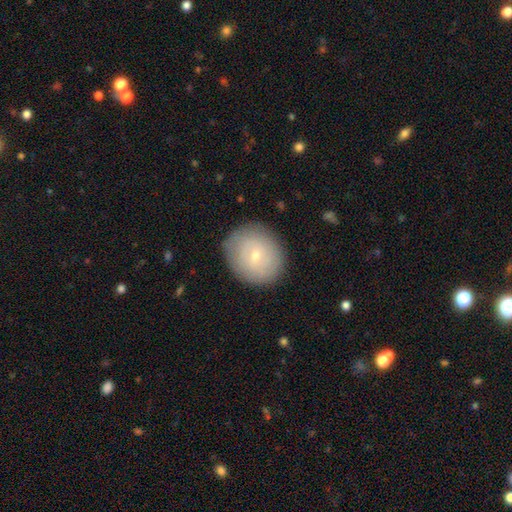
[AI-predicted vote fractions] Smooth or featured? Predicted: smooth (p=0.58). How rounded? Predicted: round (p=0.79). Merging? Predicted: none (p=0.85).